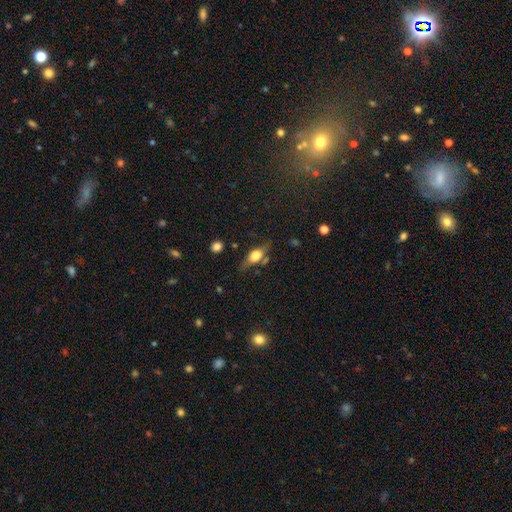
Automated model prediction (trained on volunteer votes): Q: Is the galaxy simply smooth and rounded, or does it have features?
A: smooth — 56%.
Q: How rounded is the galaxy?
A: in between — 72%.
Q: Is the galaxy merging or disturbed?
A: none — 62%.